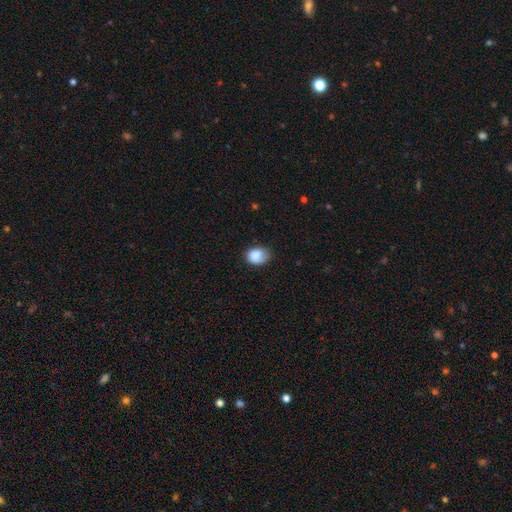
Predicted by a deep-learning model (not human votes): A smooth galaxy with no disk features (85%) that is in between round and cigar-shaped (52%). Merging: none (60%).